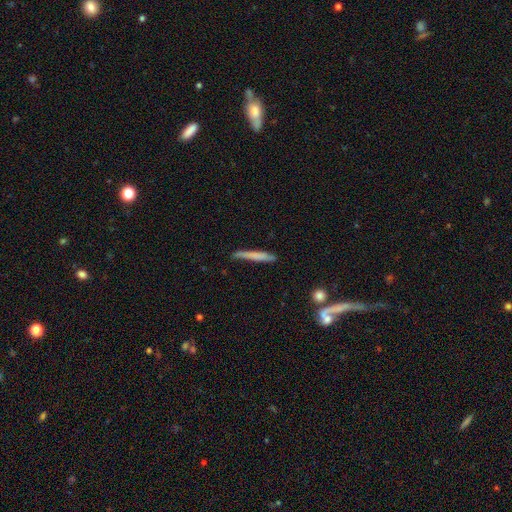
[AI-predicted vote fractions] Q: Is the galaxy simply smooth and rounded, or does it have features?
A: smooth — 65%.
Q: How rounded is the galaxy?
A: cigar-shaped — 95%.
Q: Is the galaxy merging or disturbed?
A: none — 76%.